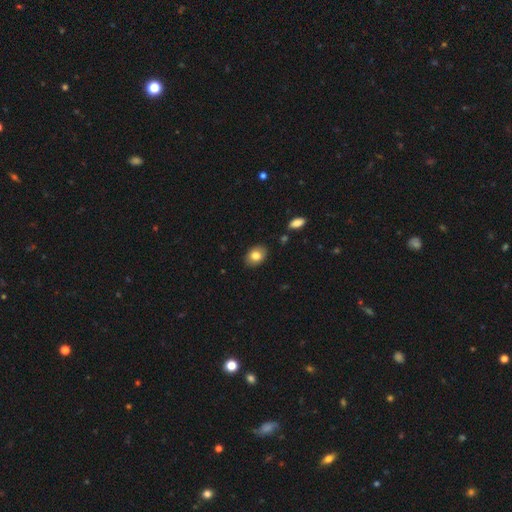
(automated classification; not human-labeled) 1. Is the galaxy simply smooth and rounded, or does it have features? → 81% smooth, 11% featured or disk, 8% star or artifact.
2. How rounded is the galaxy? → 77% in between, 22% round, 1% cigar-shaped.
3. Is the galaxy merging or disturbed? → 87% none, 9% minor disturbance, 2% major disturbance, 2% merger.